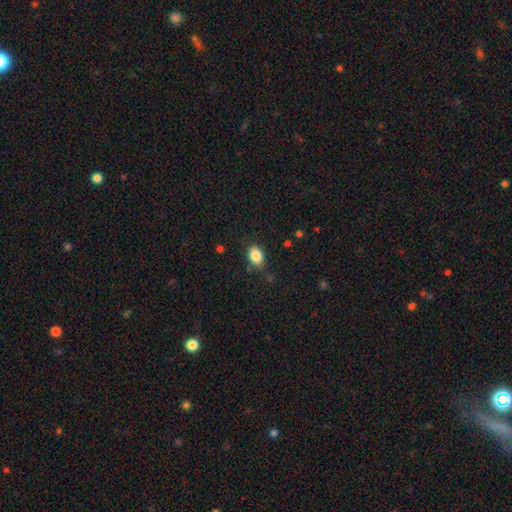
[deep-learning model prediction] This is clearly a smooth galaxy (86%). How rounded: clearly in between (80%). Merging: clearly none (82%).